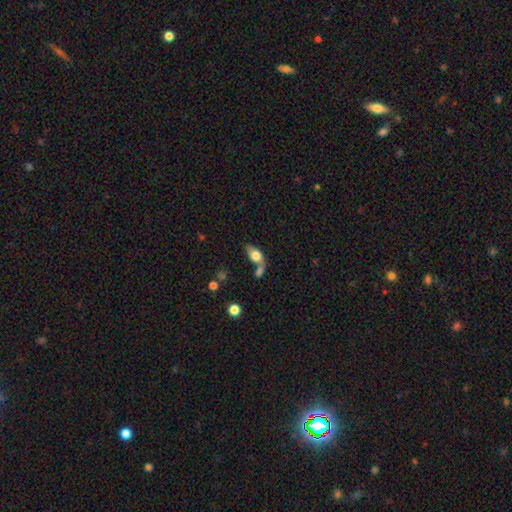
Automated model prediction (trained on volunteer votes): Morphology: type=smooth (73%); roundness=in between (86%); merging=merger (43%).